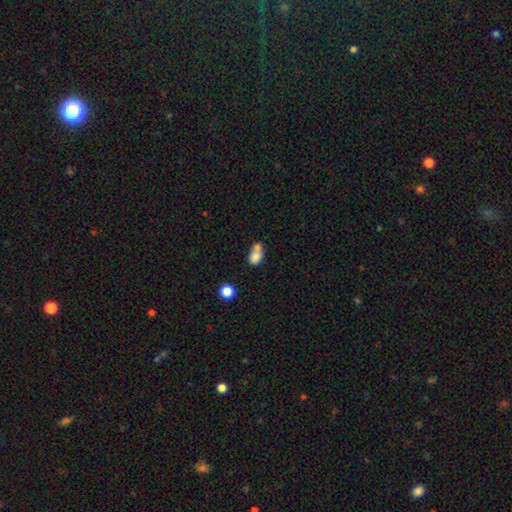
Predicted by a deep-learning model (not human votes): Q: Smooth or featured?
A: smooth (76%); runner-up: featured or disk (14%)
Q: How rounded?
A: in between (63%); runner-up: round (36%)
Q: Merging?
A: merger (59%); runner-up: none (24%)